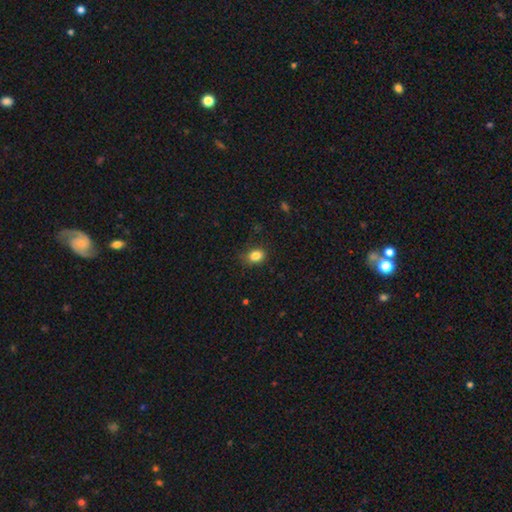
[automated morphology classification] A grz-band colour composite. It shows a smooth galaxy with no disk features (84%) that is in between round and cigar-shaped (67%). Merging: none (79%).